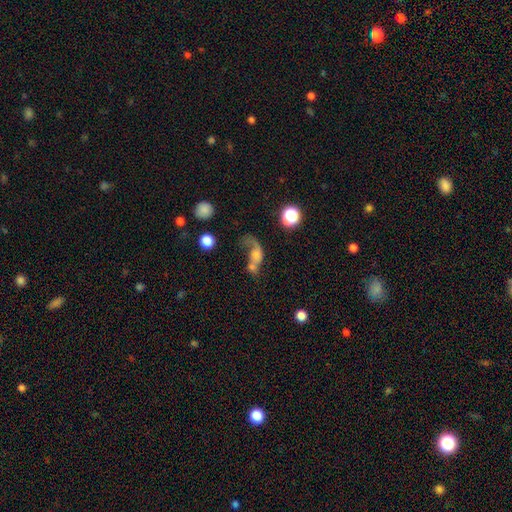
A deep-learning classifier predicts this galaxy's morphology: smooth 46%, featured or disk 40%, star or artifact 14%. Down the decision tree: merging — merger (44%).